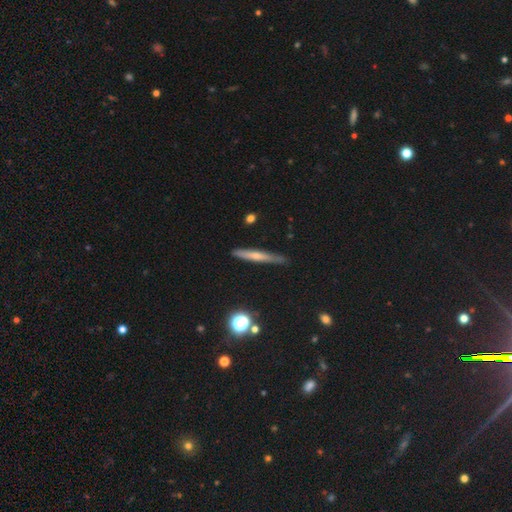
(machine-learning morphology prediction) This appears to be a smooth galaxy with no disk features (49%). Merging: none (82%).